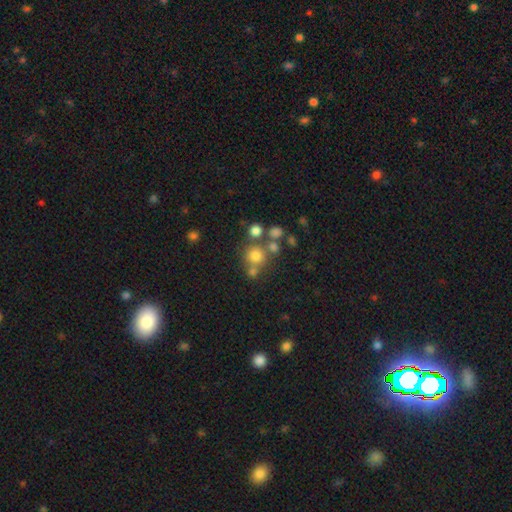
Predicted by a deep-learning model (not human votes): smooth 70%, star or artifact 17%, featured or disk 12%. Down the decision tree: how rounded — round (90%); merging — none (61%).